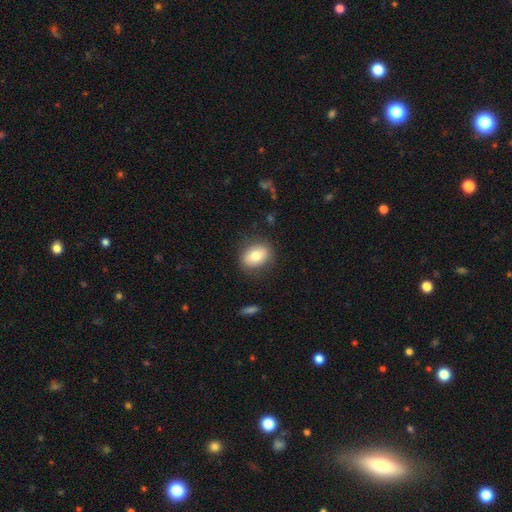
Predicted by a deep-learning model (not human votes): Morphology: type=smooth (77%); roundness=in between (67%); merging=none (83%).